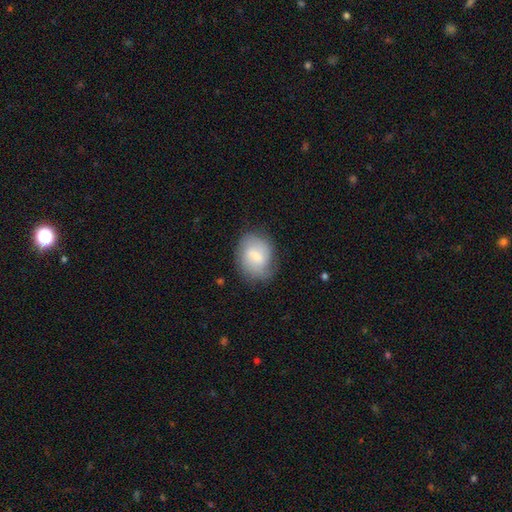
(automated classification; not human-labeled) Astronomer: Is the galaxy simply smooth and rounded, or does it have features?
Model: smooth — 54% (runner-up: featured or disk, 39%).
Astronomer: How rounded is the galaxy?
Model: in between — 53% (runner-up: round, 46%).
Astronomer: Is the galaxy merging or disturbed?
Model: none — 71%.